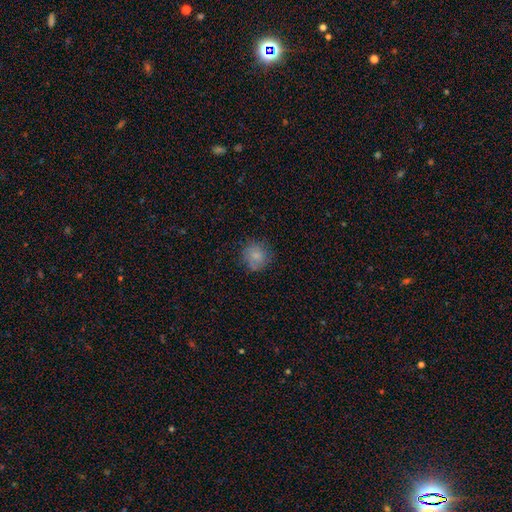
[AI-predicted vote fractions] This appears to be a smooth galaxy with no disk features (80%) that is round (89%). Merging: none (77%).